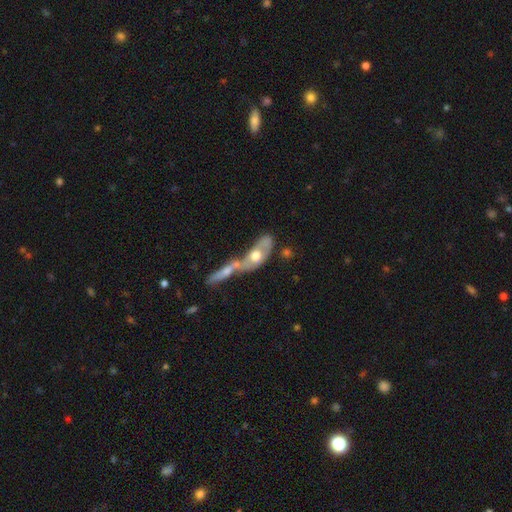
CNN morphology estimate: type=featured or disk (48%); merging=merger (65%).